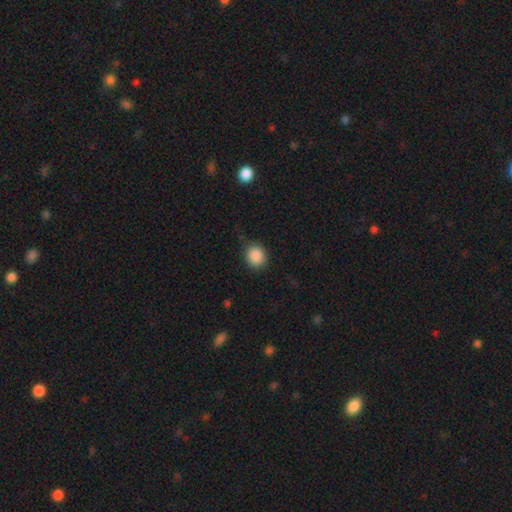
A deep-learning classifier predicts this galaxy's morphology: smooth 88%, star or artifact 9%, featured or disk 3%. Down the decision tree: how rounded — round (81%); merging — none (83%).